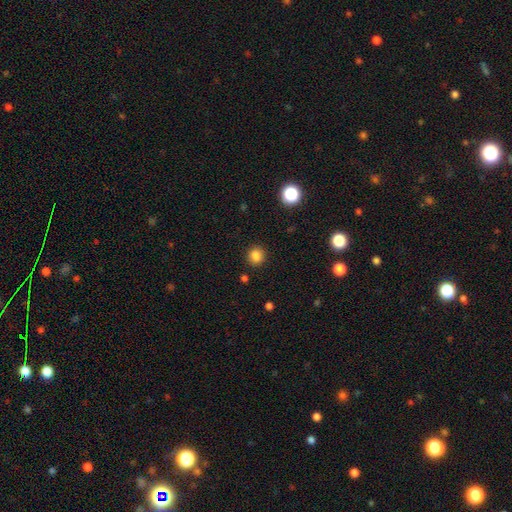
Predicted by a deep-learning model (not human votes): smooth 83%, star or artifact 13%, featured or disk 4%. Down the decision tree: how rounded — round (80%); merging — none (88%).